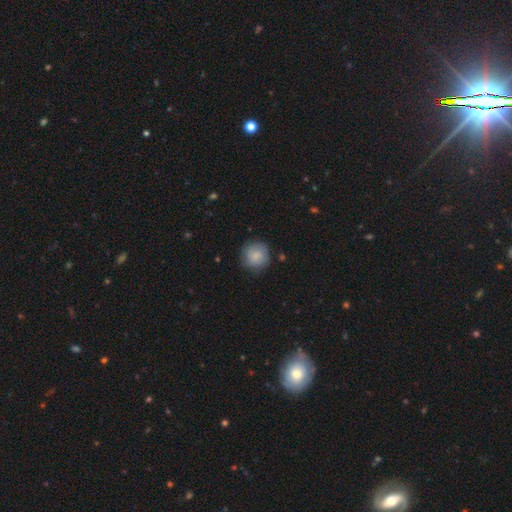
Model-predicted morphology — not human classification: Overall: smooth (78%). How rounded: round (92%). Merging: none (80%).